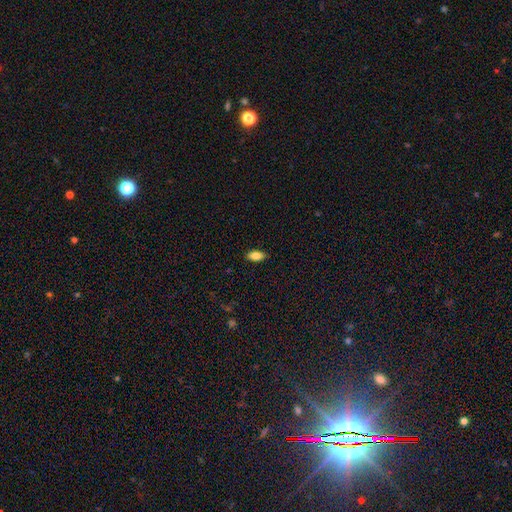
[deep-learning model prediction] A smooth galaxy with no disk features (83%) that is in between round and cigar-shaped (88%). Merging: none (88%).